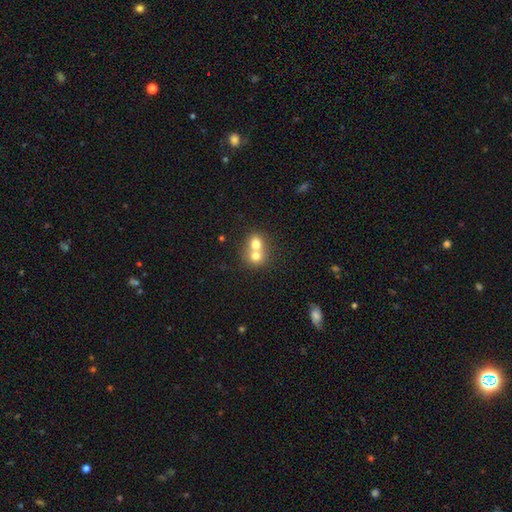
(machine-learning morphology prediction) smooth-or-featured: smooth: 72% | featured or disk: 18% | star or artifact: 10%
  how-rounded: round: 72% | in between: 27% | cigar-shaped: 1%
  merging: merger: 71% | none: 23% | minor disturbance: 4% | major disturbance: 2%